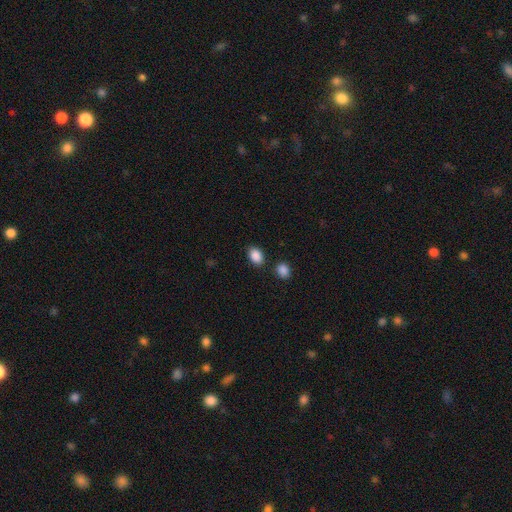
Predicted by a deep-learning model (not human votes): Smooth or featured? Predicted: smooth (p=0.89). How rounded? Predicted: in between (p=0.78). Merging? Predicted: none (p=0.81).